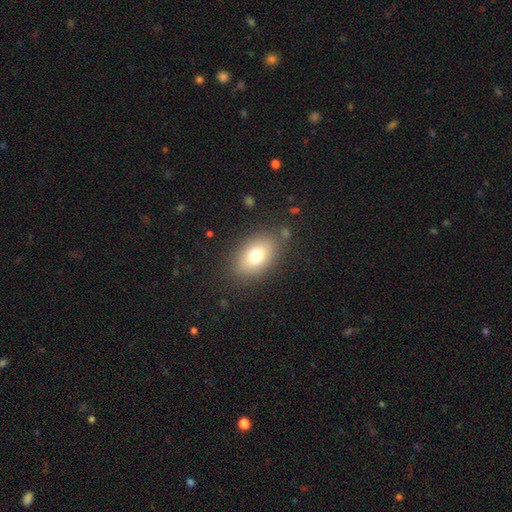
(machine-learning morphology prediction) This is likely a smooth galaxy (75%). How rounded: clearly in between (84%). Merging: clearly none (83%).